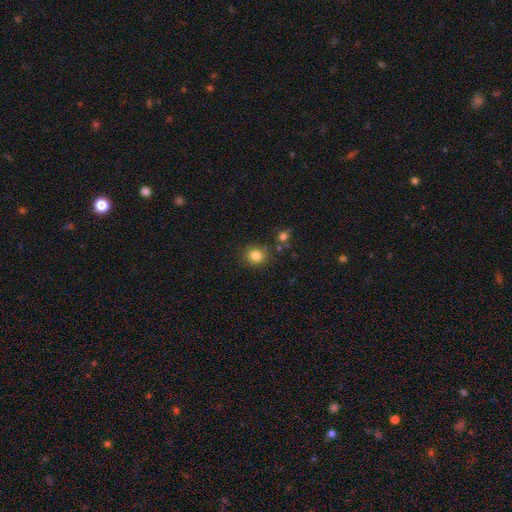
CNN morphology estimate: This appears to be a smooth galaxy with no disk features (83%) that is round (81%). Merging: none (81%).